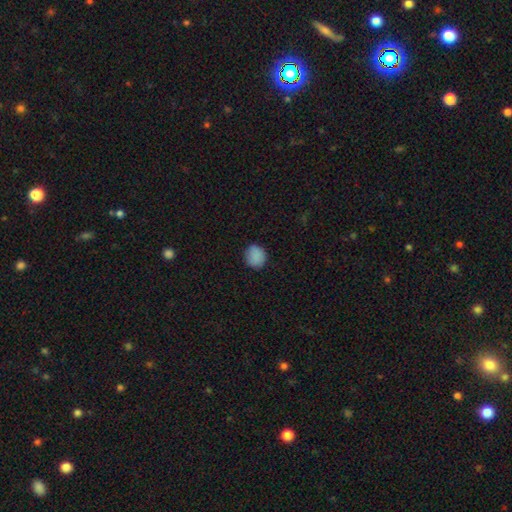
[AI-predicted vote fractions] smooth_or_featured: smooth (p=0.87) [alt: star or artifact p=0.09]
how_rounded: round (p=0.83) [alt: in between p=0.17]
merging: none (p=0.84) [alt: minor disturbance p=0.13]